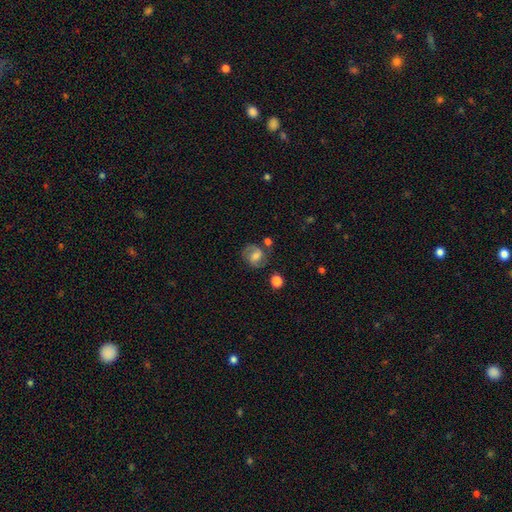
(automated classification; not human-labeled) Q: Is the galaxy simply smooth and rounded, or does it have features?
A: featured or disk — 64%.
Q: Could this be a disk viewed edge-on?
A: no — 98%.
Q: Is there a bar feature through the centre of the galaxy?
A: weak — 50%.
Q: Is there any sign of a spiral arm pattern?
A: yes — 91%.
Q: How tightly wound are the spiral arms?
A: medium — 52%.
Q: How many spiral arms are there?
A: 2 — 86%.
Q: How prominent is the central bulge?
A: moderate — 52%.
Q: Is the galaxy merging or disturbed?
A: none — 68%.